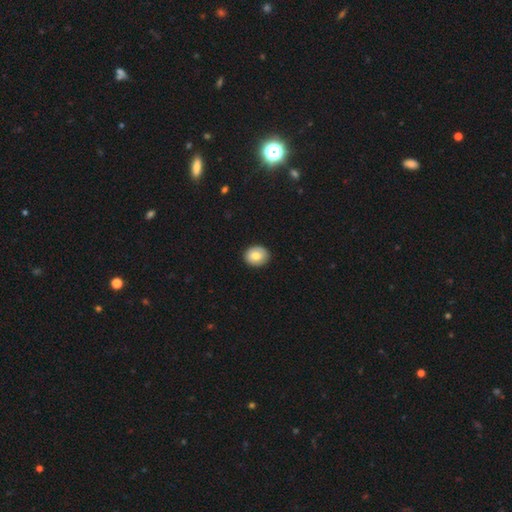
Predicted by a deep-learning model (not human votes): Q: Smooth or featured?
A: smooth (77%); runner-up: featured or disk (16%)
Q: How rounded?
A: round (65%); runner-up: in between (34%)
Q: Merging?
A: none (90%); runner-up: minor disturbance (7%)